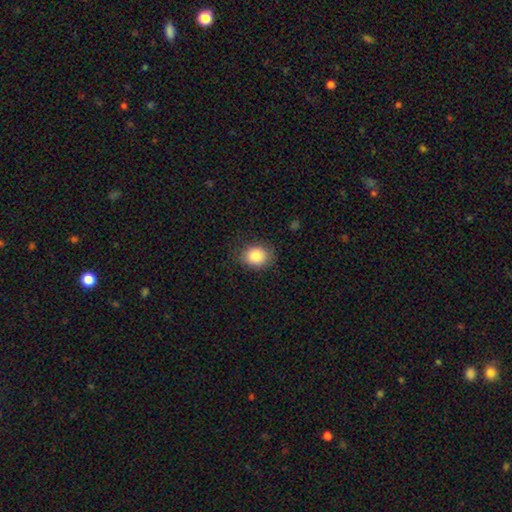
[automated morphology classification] Smooth or featured: smooth — 85% (star or artifact — 9%)
How rounded: round — 61% (in between — 38%)
Merging: none — 80% (minor disturbance — 15%)